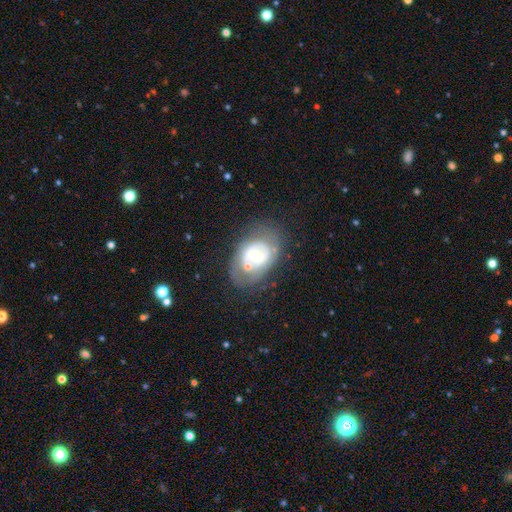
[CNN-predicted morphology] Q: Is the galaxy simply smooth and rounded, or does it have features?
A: featured or disk — 66%.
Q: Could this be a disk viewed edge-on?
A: no — 95%.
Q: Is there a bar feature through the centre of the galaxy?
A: no — 63%.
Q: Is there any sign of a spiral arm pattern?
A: no — 57%.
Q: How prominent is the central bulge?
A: moderate — 65%.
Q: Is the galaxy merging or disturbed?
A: none — 47%.